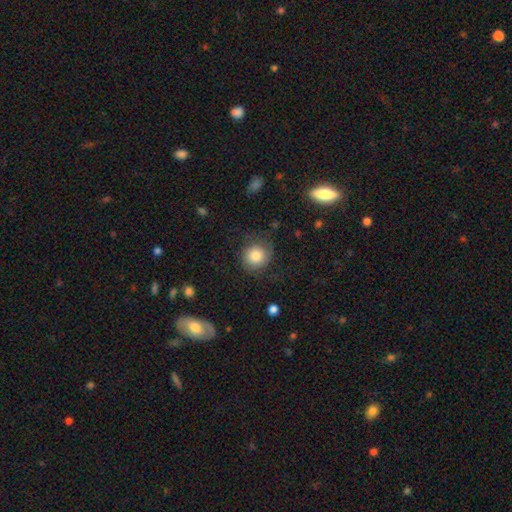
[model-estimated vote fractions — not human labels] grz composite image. It shows a smooth galaxy with no disk features (77%) that is round (88%). Merging: none (70%).